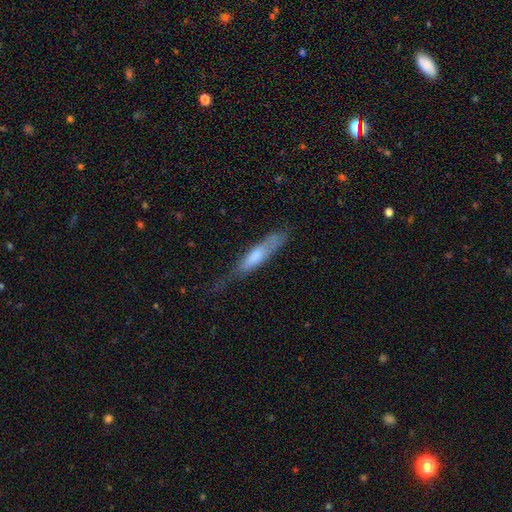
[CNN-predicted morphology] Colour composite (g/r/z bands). It shows a smooth galaxy with no disk features (57%) that is cigar-shaped (83%). Merging: none (48%).